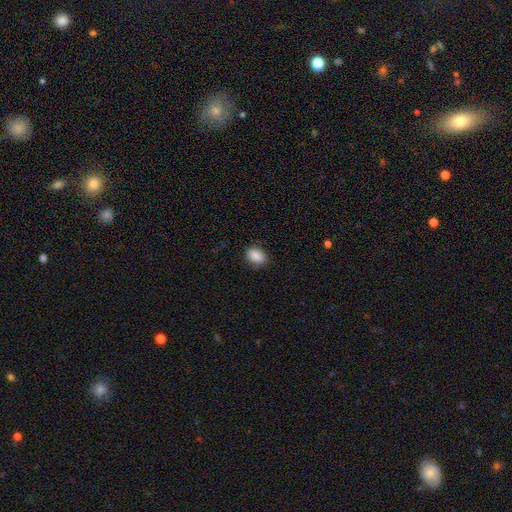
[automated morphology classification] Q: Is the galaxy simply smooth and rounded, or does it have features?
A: smooth — 88%.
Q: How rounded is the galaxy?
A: in between — 80%.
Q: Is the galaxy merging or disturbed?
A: none — 83%.